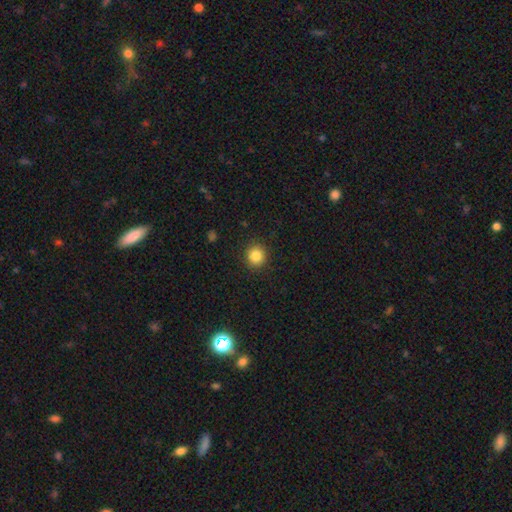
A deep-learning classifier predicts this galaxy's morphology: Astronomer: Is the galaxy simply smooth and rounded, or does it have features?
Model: smooth — 84%.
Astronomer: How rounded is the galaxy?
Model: round — 91%.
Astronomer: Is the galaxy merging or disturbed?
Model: none — 91%.